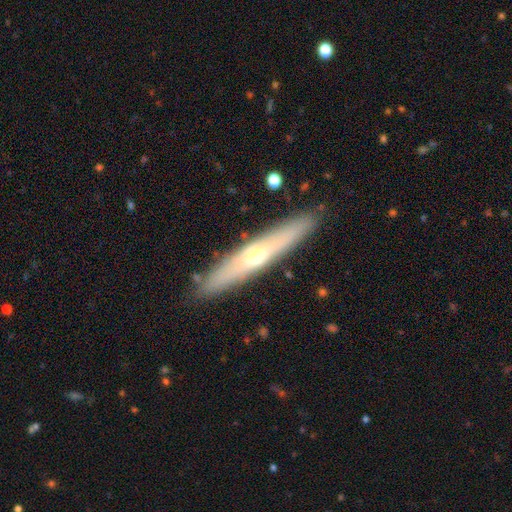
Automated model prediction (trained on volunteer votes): Overall: featured or disk (57%; smooth 37%). Edge-on disk: yes (86%). Merging: none (89%).